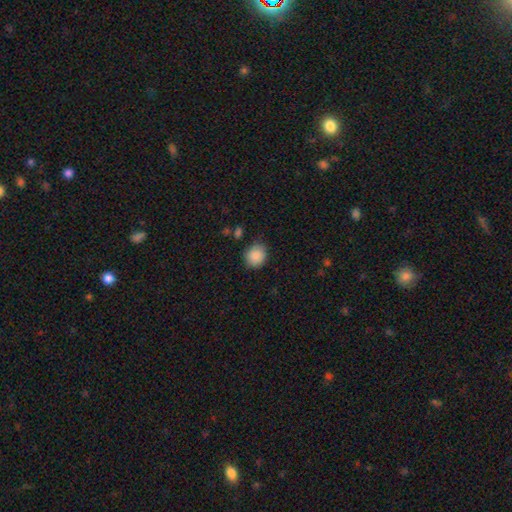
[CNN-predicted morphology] smooth 88%, star or artifact 8%, featured or disk 4%. Down the decision tree: how rounded — round (76%); merging — none (81%).